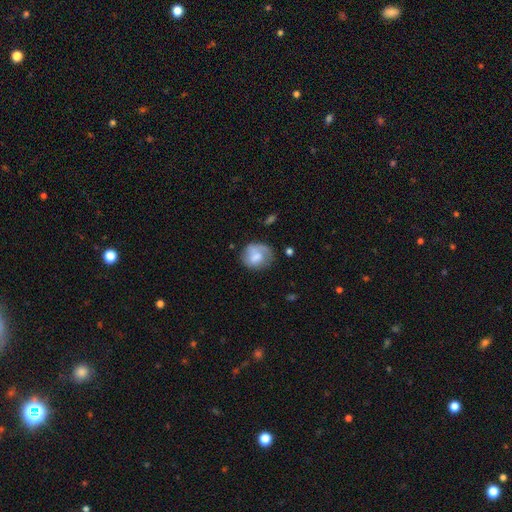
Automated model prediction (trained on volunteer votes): A smooth galaxy with no disk features (63%) that is round (67%). Merging: none (54%).